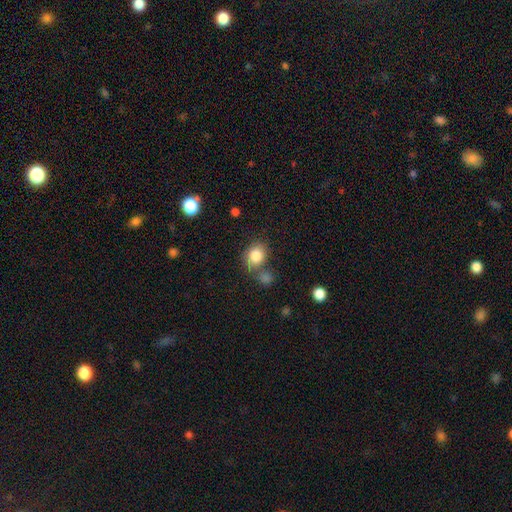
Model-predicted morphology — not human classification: type=smooth (84%); roundness=round (62%); merging=none (58%).